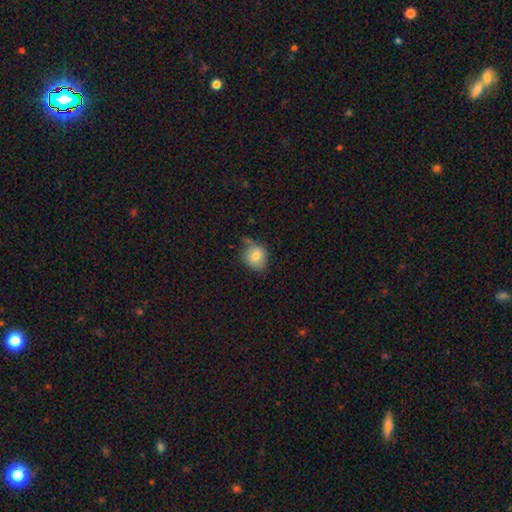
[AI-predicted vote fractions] smooth_or_featured: smooth (p=0.77) [alt: featured or disk p=0.13]
how_rounded: round (p=0.74) [alt: in between p=0.25]
merging: none (p=0.63) [alt: minor disturbance p=0.27]